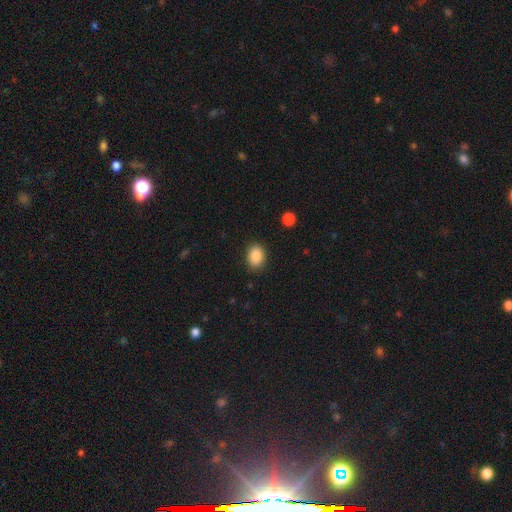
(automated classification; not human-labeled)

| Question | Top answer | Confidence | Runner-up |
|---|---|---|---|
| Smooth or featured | smooth | 88% | star or artifact (8%) |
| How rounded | in between | 75% | round (24%) |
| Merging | none | 87% | minor disturbance (9%) |